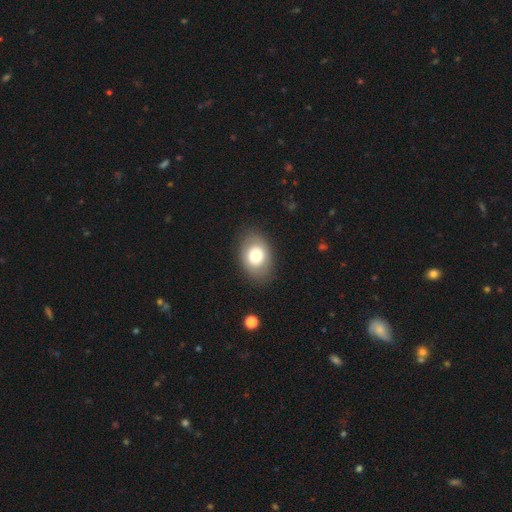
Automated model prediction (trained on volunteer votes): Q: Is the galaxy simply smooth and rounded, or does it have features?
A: smooth — 72%.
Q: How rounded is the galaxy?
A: in between — 76%.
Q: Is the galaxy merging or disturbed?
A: none — 84%.